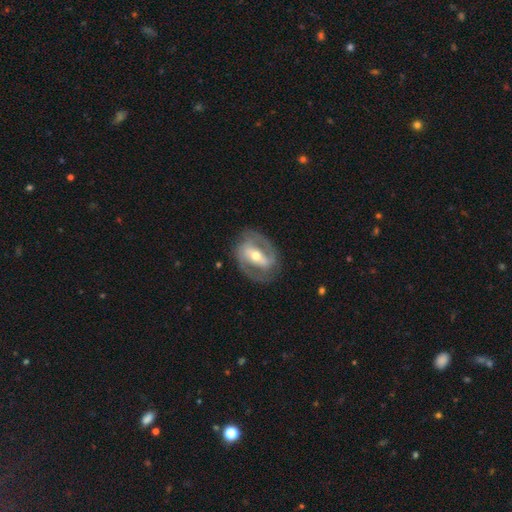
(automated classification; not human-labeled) The model was most divided on "spiral winding": medium: 47%, tight: 38%, loose: 15%. More confident: edge-on disk — no (96%); spiral arm count — 2 (87%); spiral arms — yes (86%); smooth or featured — featured or disk (84%); merging — none (80%); bulge size — moderate (65%); bar — strong (54%).